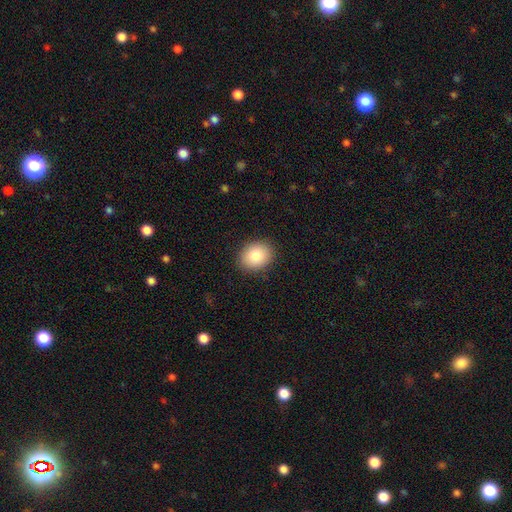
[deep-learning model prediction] The model was most divided on "how rounded": in between: 52%, round: 47%, cigar-shaped: 1%. More confident: merging — none (90%); smooth or featured — smooth (85%).